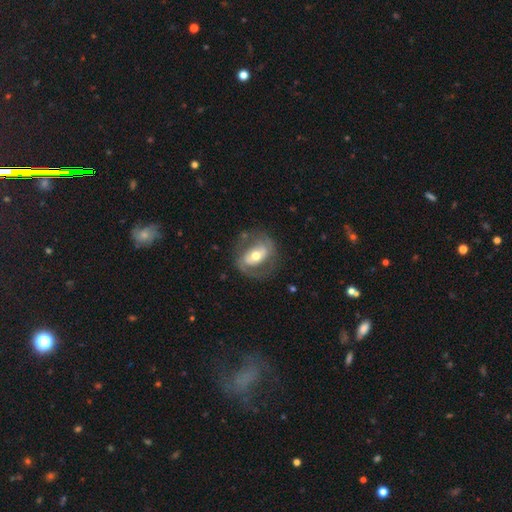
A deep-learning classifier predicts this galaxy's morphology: This is likely a featured or disk galaxy (67%). It is clearly not viewed edge-on (95%). Bar: marginally no (37%). Spiral arm pattern: likely yes (67%). Central bulge: likely moderate (70%). Merging: likely none (69%).